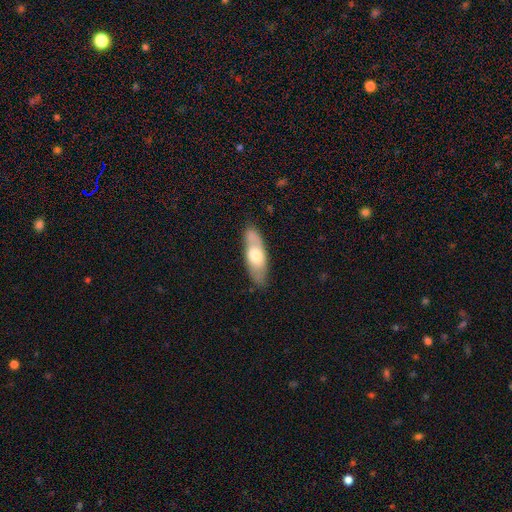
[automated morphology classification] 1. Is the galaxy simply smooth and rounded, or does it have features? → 55% smooth, 40% featured or disk, 6% star or artifact.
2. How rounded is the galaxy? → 64% in between, 33% cigar-shaped, 3% round.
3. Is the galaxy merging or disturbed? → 79% none, 15% minor disturbance, 4% major disturbance, 2% merger.